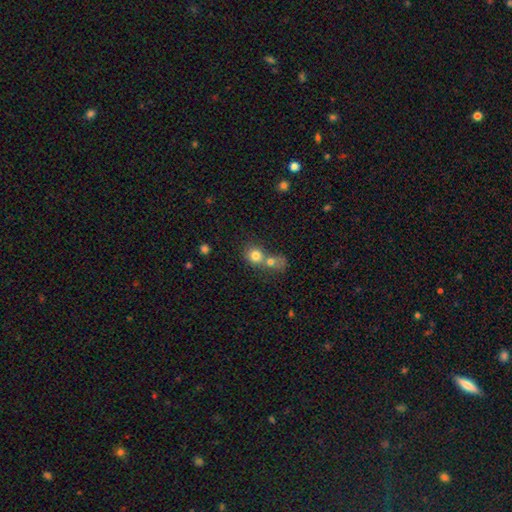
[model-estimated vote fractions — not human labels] A smooth galaxy with no disk features (78%) that is round (81%). Merging: merger (54%).